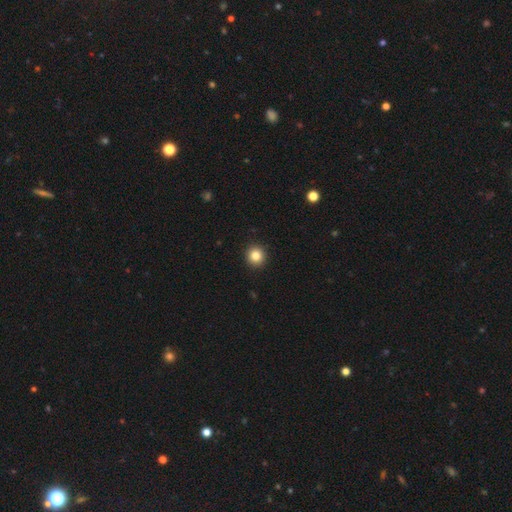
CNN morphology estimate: Q: Smooth or featured?
A: smooth (83%); runner-up: star or artifact (11%)
Q: How rounded?
A: round (93%); runner-up: in between (6%)
Q: Merging?
A: none (93%); runner-up: minor disturbance (4%)